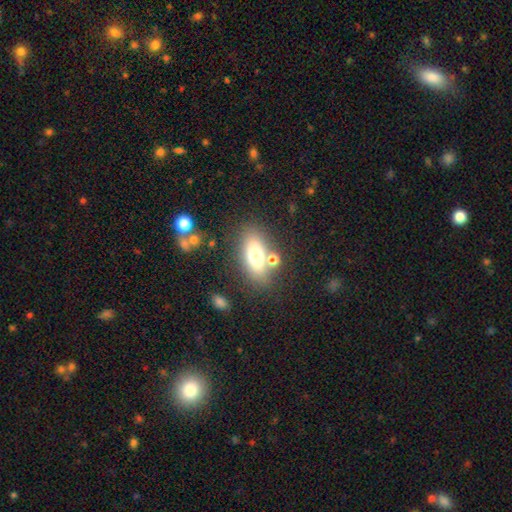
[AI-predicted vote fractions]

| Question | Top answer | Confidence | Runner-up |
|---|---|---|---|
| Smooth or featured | smooth | 68% | featured or disk (21%) |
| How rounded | in between | 78% | cigar-shaped (14%) |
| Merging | none | 69% | merger (13%) |